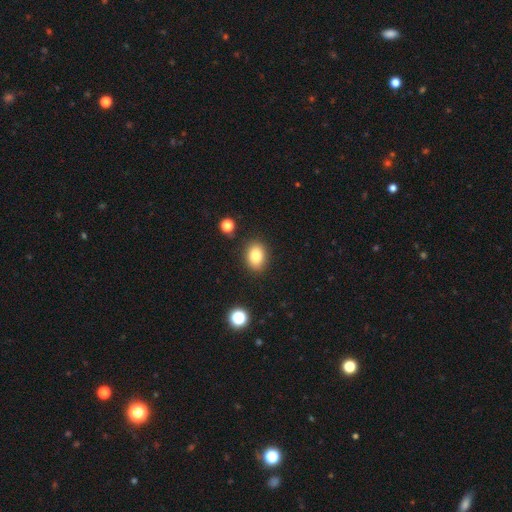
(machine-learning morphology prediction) A smooth galaxy with no disk features (83%) that is in between round and cigar-shaped (69%).

Vote fractions:
- Smooth or featured? smooth: 83% / star or artifact: 10% / featured or disk: 7%
- How rounded? in between: 69% / round: 30% / cigar-shaped: 1%
- Merging? none: 86% / minor disturbance: 9% / major disturbance: 3% / merger: 2%